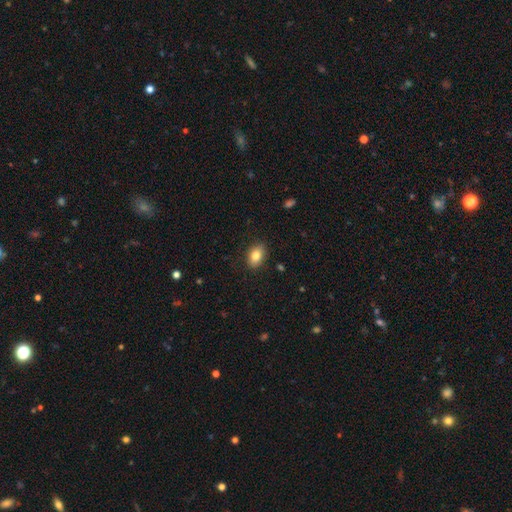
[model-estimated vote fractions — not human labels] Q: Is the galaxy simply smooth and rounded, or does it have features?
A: smooth — 81%.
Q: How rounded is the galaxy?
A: in between — 85%.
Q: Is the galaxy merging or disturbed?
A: none — 87%.